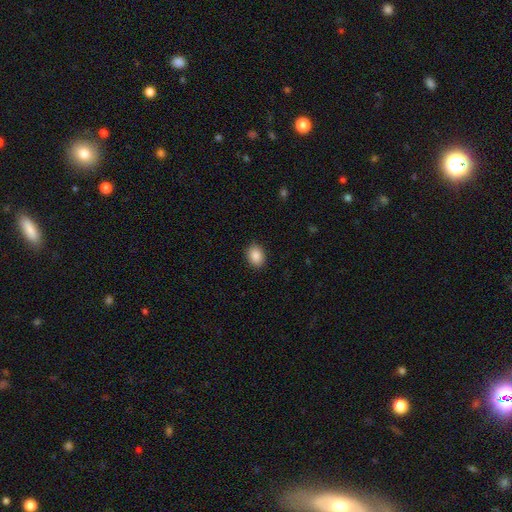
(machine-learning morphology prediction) Smooth or featured?
  - smooth: 88% *
  - star or artifact: 8%
  - featured or disk: 4%
How rounded?
  - in between: 69% *
  - round: 30%
  - cigar-shaped: 1%
Merging?
  - none: 89% *
  - minor disturbance: 8%
  - major disturbance: 2%
  - merger: 1%